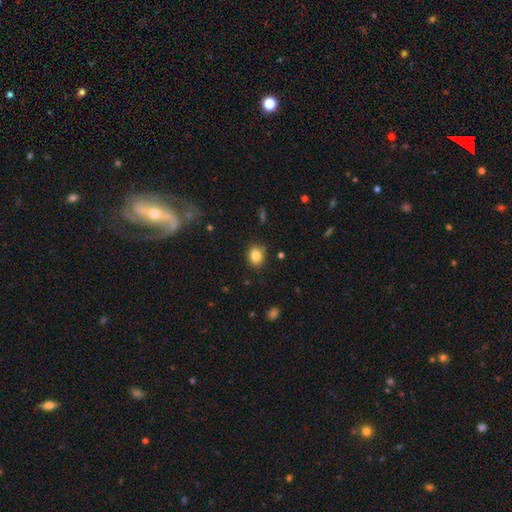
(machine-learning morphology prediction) Smooth or featured? smooth (82%)
How rounded? round (53%)
Merging? none (85%)